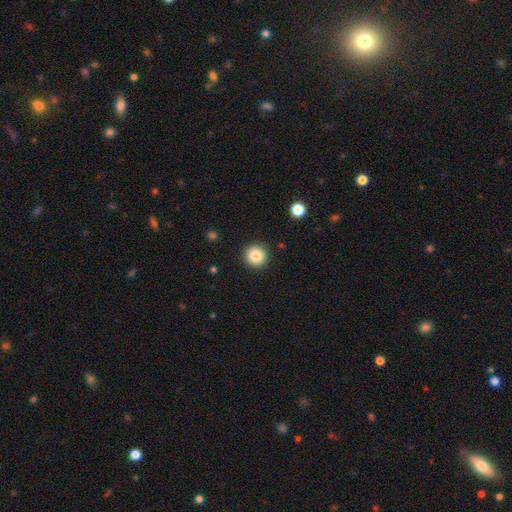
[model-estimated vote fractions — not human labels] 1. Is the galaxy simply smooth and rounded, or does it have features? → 84% smooth, 10% star or artifact, 6% featured or disk.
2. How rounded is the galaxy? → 95% round, 4% in between, 1% cigar-shaped.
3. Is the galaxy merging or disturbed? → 90% none, 6% minor disturbance, 2% major disturbance, 1% merger.